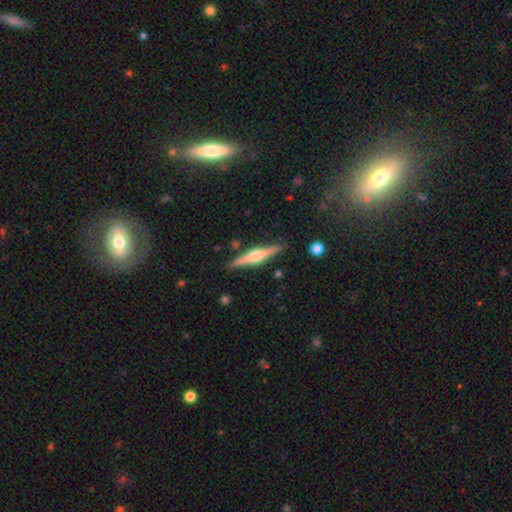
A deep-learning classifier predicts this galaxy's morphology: Q: Smooth or featured?
A: featured or disk (75%); runner-up: smooth (20%)
Q: Edge-on disk?
A: yes (98%); runner-up: no (2%)
Q: Edge-on bulge?
A: rounded (89%); runner-up: boxy (9%)
Q: Merging?
A: none (89%); runner-up: minor disturbance (7%)